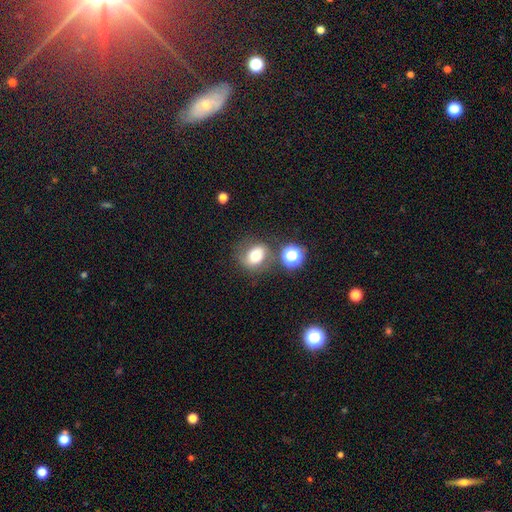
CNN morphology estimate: type=smooth (63%); roundness=round (53%); merging=none (61%).